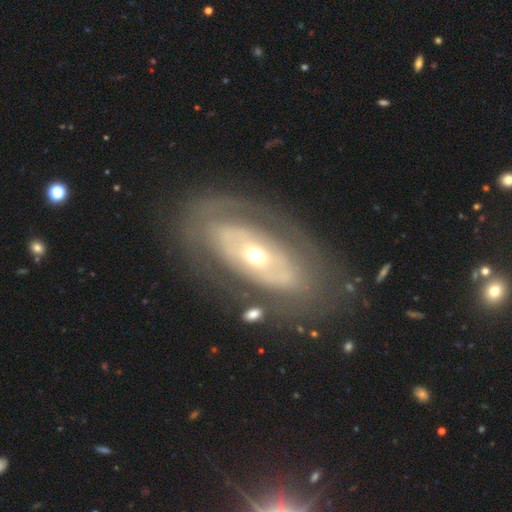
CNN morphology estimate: Smooth or featured?
  - featured or disk: 73% *
  - smooth: 22%
  - star or artifact: 6%
Edge-on disk?
  - no: 90% *
  - yes: 10%
Bar?
  - no: 79% *
  - weak: 13%
  - strong: 8%
Spiral arms?
  - no: 66% *
  - yes: 34%
Bulge size?
  - moderate: 57% *
  - small: 36%
  - large: 5%
  - dominant: 1%
  - none: 1%
Merging?
  - none: 77% *
  - minor disturbance: 13%
  - major disturbance: 8%
  - merger: 2%